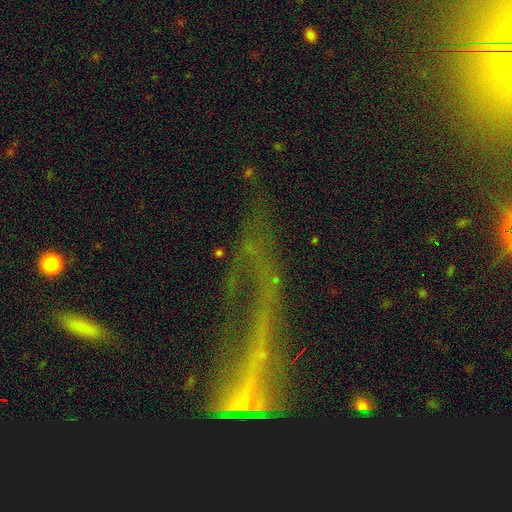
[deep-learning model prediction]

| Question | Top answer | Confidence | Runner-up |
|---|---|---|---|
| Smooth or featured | star or artifact | 42% | featured or disk (38%) |